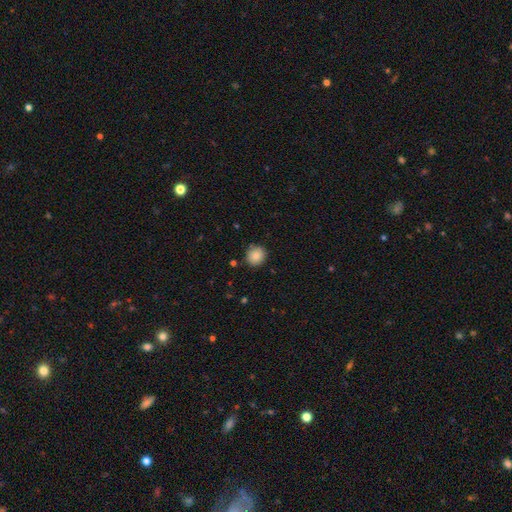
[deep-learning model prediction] The model was most divided on "merging": none: 86%, minor disturbance: 10%, major disturbance: 2%, merger: 2%. More confident: how rounded — round (87%); smooth or featured — smooth (87%).